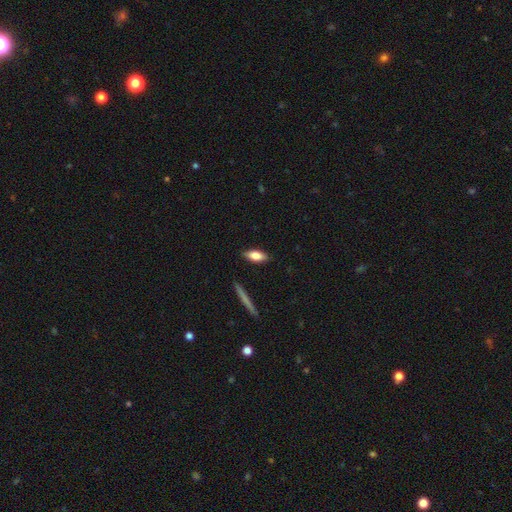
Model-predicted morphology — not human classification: Overall: smooth (75%). How rounded: in between (73%). Merging: none (87%).